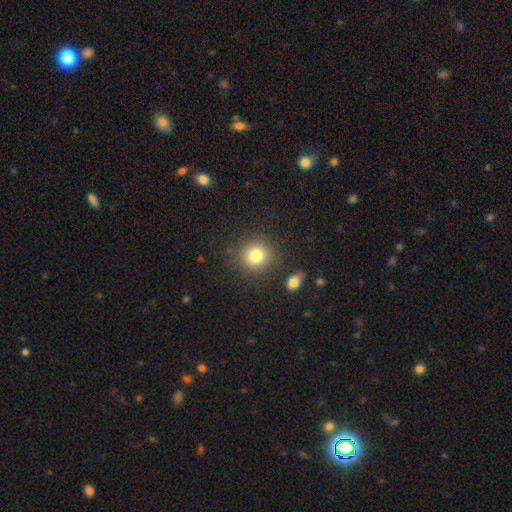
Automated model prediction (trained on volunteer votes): Q: Smooth or featured?
A: smooth (81%); runner-up: star or artifact (11%)
Q: How rounded?
A: round (91%); runner-up: in between (8%)
Q: Merging?
A: none (85%); runner-up: minor disturbance (8%)